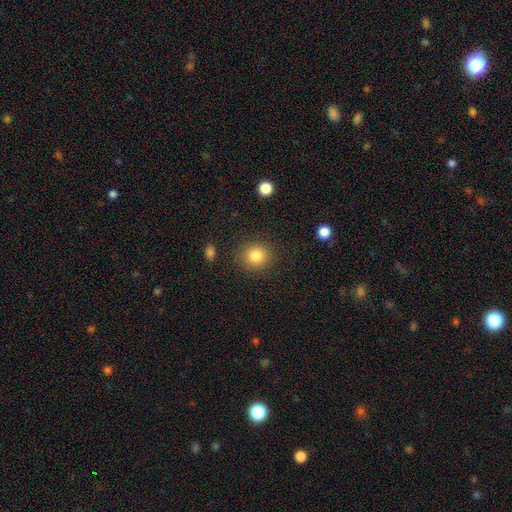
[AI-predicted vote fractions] Overall: smooth (83%). How rounded: round (85%). Merging: none (88%).